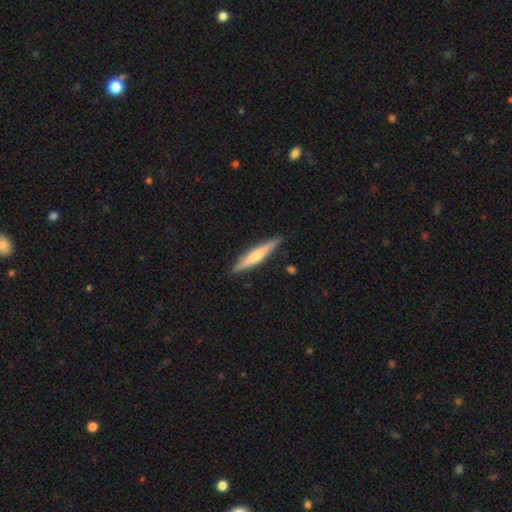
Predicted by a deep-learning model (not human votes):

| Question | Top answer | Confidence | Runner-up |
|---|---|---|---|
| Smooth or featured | featured or disk | 54% | smooth (40%) |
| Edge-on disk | yes | 97% | no (3%) |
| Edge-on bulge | rounded | 69% | none (21%) |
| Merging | none | 90% | minor disturbance (8%) |